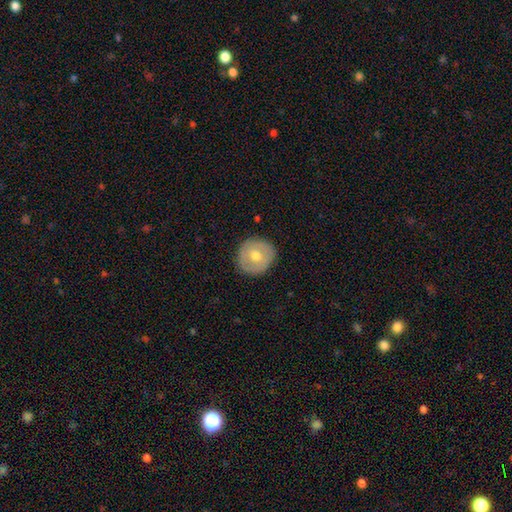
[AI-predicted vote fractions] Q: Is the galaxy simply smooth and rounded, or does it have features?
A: smooth — 56%.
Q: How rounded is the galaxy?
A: round — 90%.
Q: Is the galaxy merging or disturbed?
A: none — 89%.